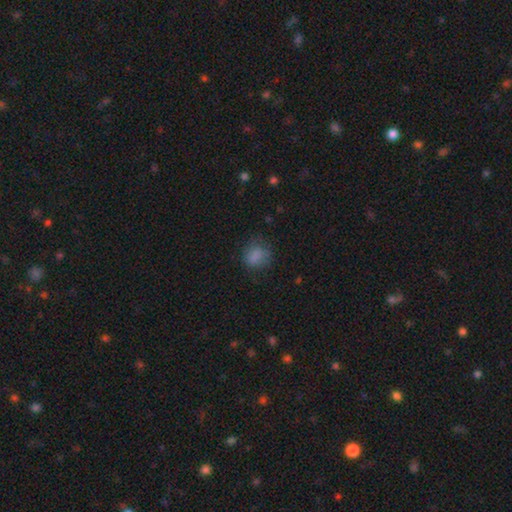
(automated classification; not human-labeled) Overall: smooth (78%). How rounded: round (61%; in between 38%). Merging: none (65%).